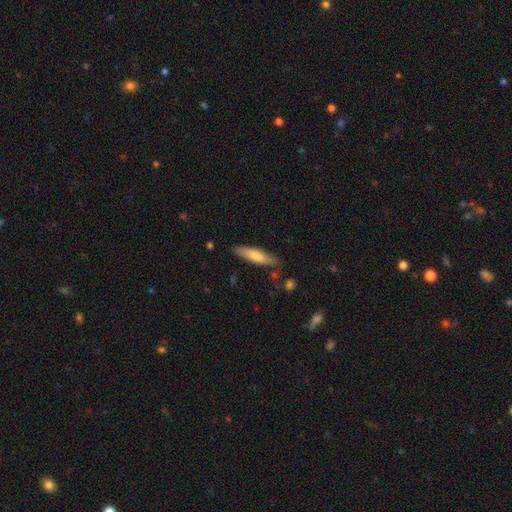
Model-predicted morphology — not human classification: smooth 71%, featured or disk 24%, star or artifact 6%. Down the decision tree: how rounded — cigar-shaped (77%); merging — none (83%).